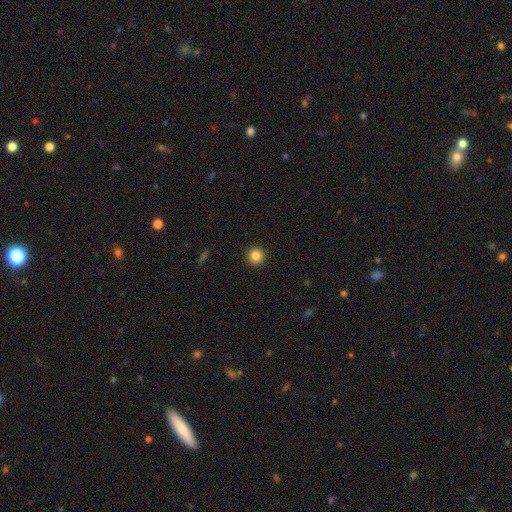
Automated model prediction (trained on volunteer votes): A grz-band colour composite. It shows a smooth galaxy with no disk features (84%) that is round (96%). Merging: none (93%).